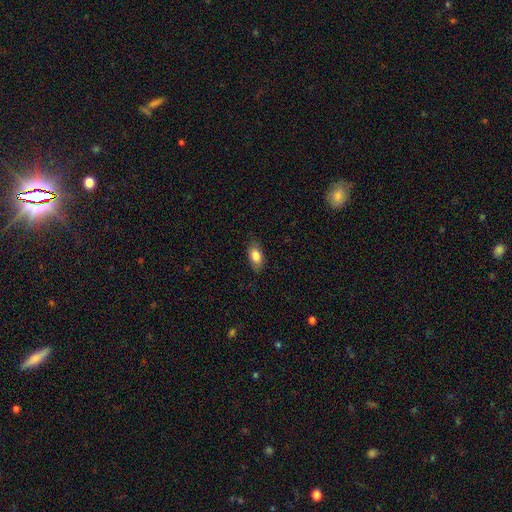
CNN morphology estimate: A smooth galaxy with no disk features (82%) that is in between round and cigar-shaped (90%).

Vote fractions:
- Smooth or featured? smooth: 82% / featured or disk: 11% / star or artifact: 7%
- How rounded? in between: 90% / cigar-shaped: 5% / round: 5%
- Merging? none: 82% / minor disturbance: 14% / major disturbance: 3% / merger: 1%